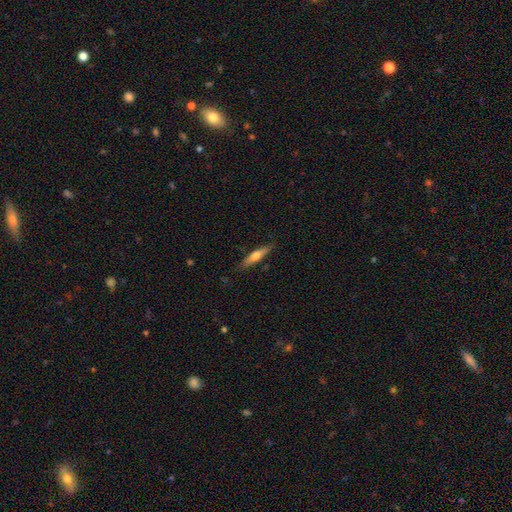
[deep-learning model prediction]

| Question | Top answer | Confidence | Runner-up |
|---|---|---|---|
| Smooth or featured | smooth | 51% | featured or disk (43%) |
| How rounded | cigar-shaped | 84% | in between (15%) |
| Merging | none | 84% | minor disturbance (12%) |